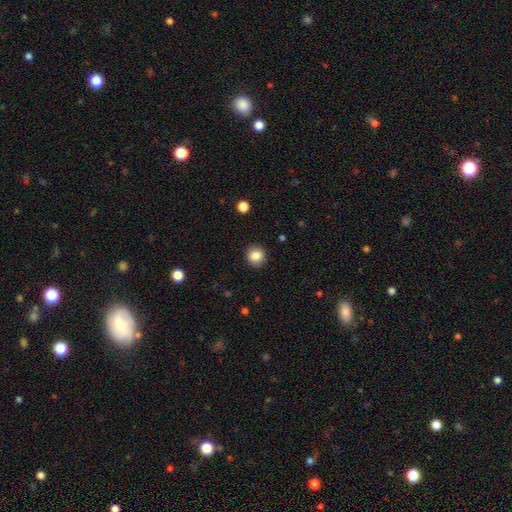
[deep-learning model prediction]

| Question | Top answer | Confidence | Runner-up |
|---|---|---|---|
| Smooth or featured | smooth | 86% | star or artifact (10%) |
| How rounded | round | 88% | in between (11%) |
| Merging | none | 90% | minor disturbance (7%) |